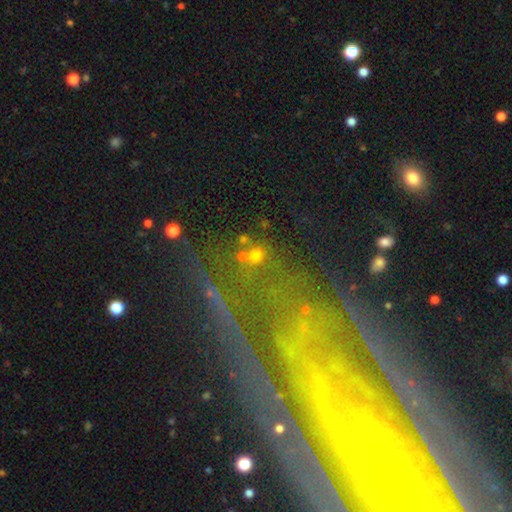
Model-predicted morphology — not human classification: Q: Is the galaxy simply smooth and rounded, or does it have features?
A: smooth — 53%.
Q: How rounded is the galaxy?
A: round — 87%.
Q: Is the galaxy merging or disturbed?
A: none — 66%.